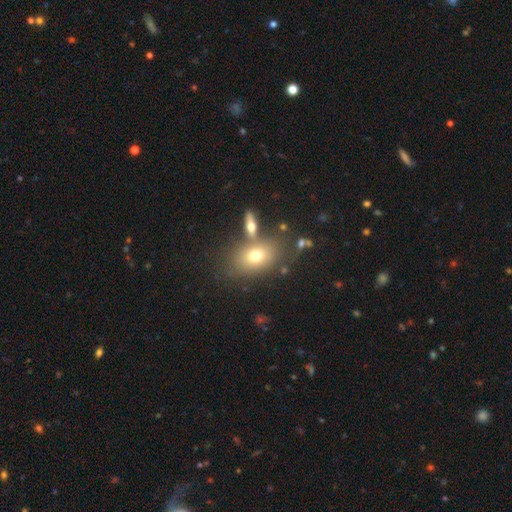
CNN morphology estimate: The model was most divided on "merging": none: 64%, merger: 18%, minor disturbance: 12%, major disturbance: 5%. More confident: how rounded — in between (76%); smooth or featured — smooth (69%).